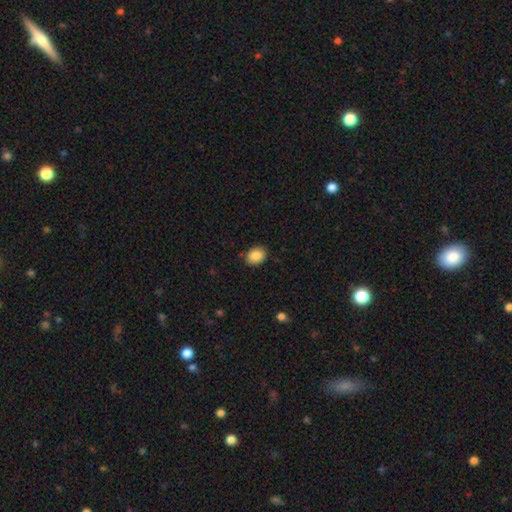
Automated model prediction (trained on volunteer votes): Smooth or featured? smooth (88%)
How rounded? in between (59%)
Merging? none (88%)